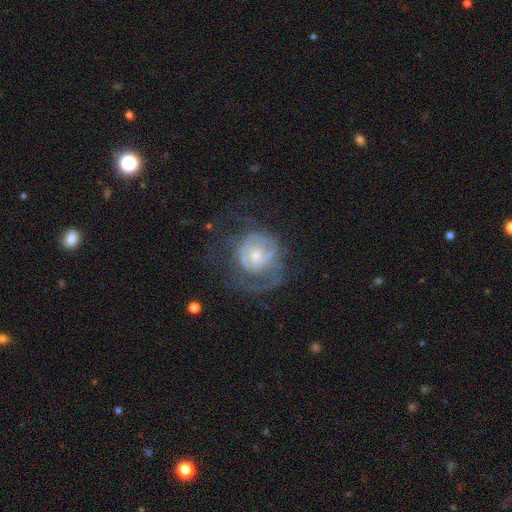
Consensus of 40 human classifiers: A featured or disk galaxy (70%) with no bar (93%), medium (47%) spiral arms (70%) and a moderate central bulge (63%).

Vote fractions:
- Smooth or featured? featured or disk: 70% / smooth: 25% / star or artifact: 5%
- Edge-on disk? no: 96% / yes: 4%
- Bar? no: 93% / weak: 7% / strong: 0%
- Spiral arms? yes: 70% / no: 30%
- Spiral winding? medium: 47% / tight: 32% / loose: 21%
- Spiral arm count? can't tell: 63% / 3: 32% / 2: 5% / 1: 0% / 4: 0% / more than 4: 0%
- Bulge size? moderate: 63% / small: 26% / none: 7% / large: 4% / dominant: 0%
- Merging? major disturbance: 74% / minor disturbance: 13% / none: 8% / merger: 5%